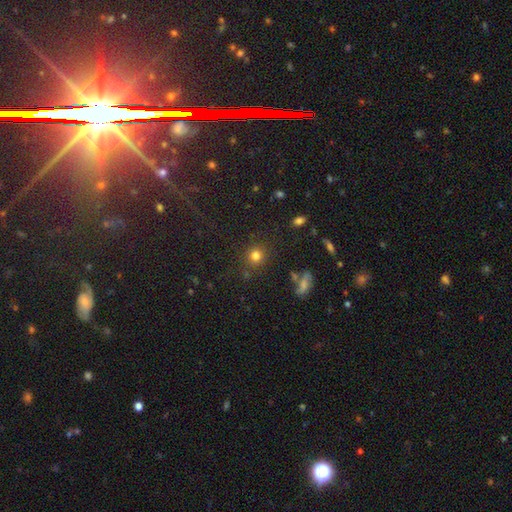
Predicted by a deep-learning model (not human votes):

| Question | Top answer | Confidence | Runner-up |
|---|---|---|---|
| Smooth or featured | smooth | 78% | star or artifact (16%) |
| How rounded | round | 88% | in between (11%) |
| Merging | none | 84% | minor disturbance (9%) |